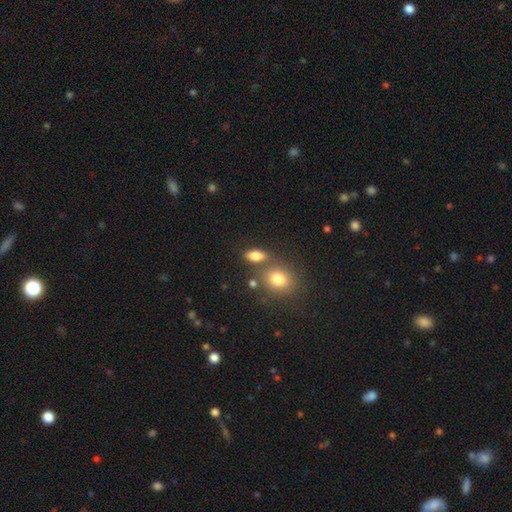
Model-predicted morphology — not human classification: type=smooth (80%); roundness=in between (79%); merging=none (64%).